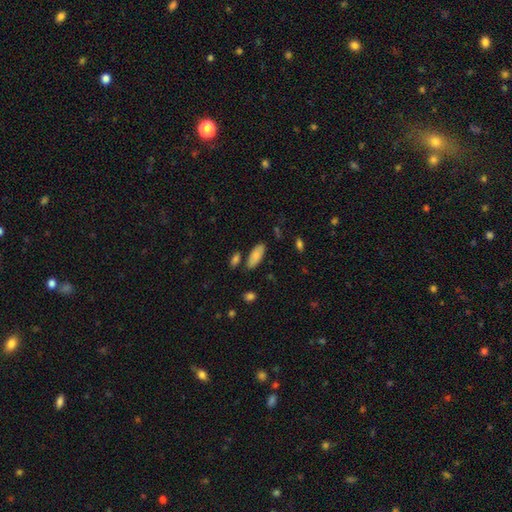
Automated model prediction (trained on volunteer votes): smooth_or_featured: smooth (p=0.85) [alt: featured or disk p=0.09]
how_rounded: in between (p=0.80) [alt: cigar-shaped p=0.18]
merging: none (p=0.79) [alt: minor disturbance p=0.13]